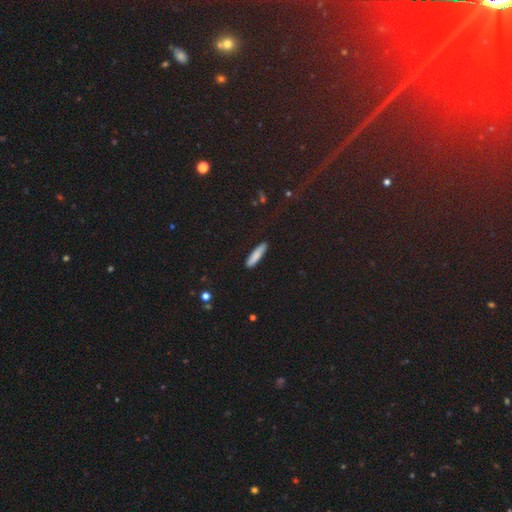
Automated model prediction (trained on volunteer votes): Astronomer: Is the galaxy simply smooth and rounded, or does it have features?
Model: smooth — 80%.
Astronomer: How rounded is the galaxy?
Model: cigar-shaped — 83%.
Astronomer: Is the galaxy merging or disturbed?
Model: none — 89%.